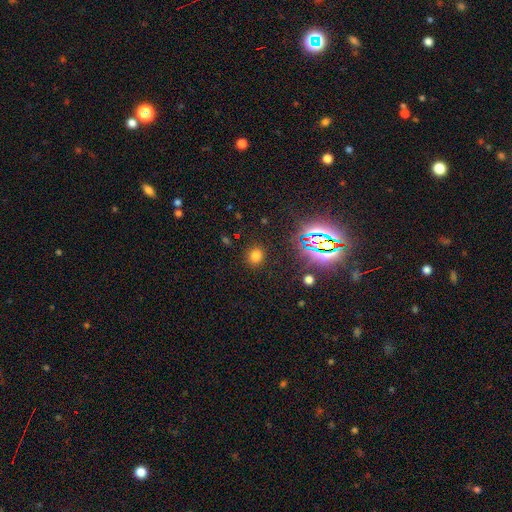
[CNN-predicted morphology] A smooth galaxy with no disk features (69%) that is round (77%).

Vote fractions:
- Smooth or featured? smooth: 69% / star or artifact: 24% / featured or disk: 6%
- How rounded? round: 77% / in between: 22% / cigar-shaped: 1%
- Merging? none: 88% / minor disturbance: 7% / major disturbance: 3% / merger: 2%